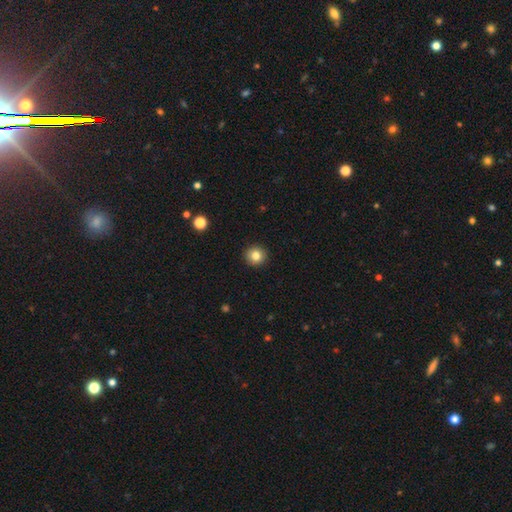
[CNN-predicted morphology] This appears to be a smooth galaxy with no disk features (82%) that is round (92%). Merging: none (92%).